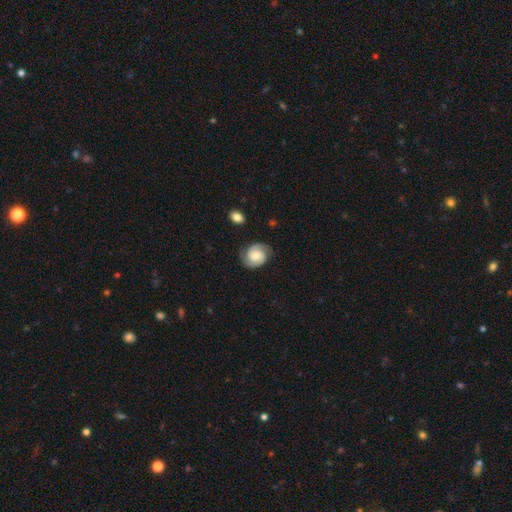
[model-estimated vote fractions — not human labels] Overall: featured or disk (75%). Edge-on disk: no (98%). Bar: no (54%; weak 38%). Spiral arms: yes (96%). Spiral arm count: 2 (90%). Spiral winding: tight (47%; medium 42%). Bulge size: moderate (43%; small 32%). Merging: none (80%).